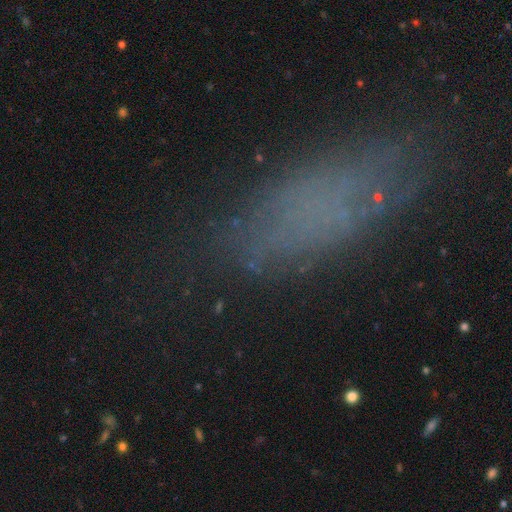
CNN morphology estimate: Smooth or featured? smooth (52%)
How rounded? in between (60%)
Merging? none (71%)